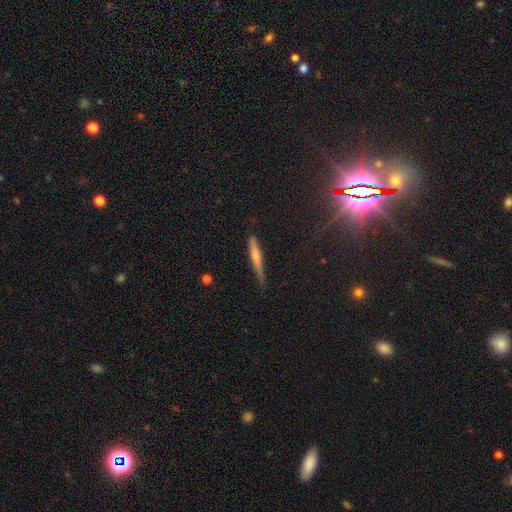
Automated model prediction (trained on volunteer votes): smooth_or_featured: smooth (p=0.53) [alt: featured or disk p=0.39]
how_rounded: cigar-shaped (p=0.93) [alt: in between p=0.05]
merging: none (p=0.76) [alt: minor disturbance p=0.19]